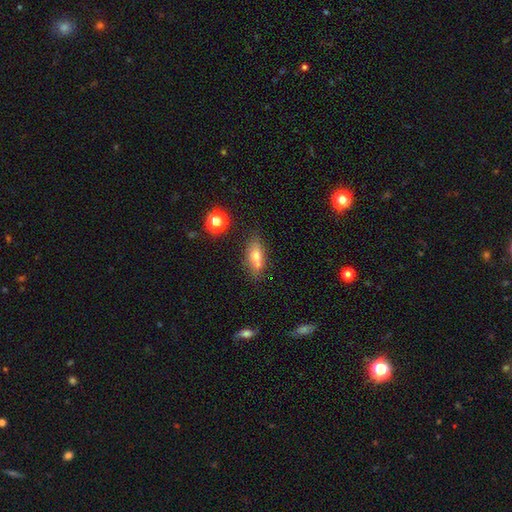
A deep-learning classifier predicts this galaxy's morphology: A smooth galaxy with no disk features (68%) that is in between round and cigar-shaped (73%).

Vote fractions:
- Smooth or featured? smooth: 68% / featured or disk: 20% / star or artifact: 12%
- How rounded? in between: 73% / cigar-shaped: 15% / round: 12%
- Merging? none: 52% / merger: 28% / minor disturbance: 14% / major disturbance: 5%